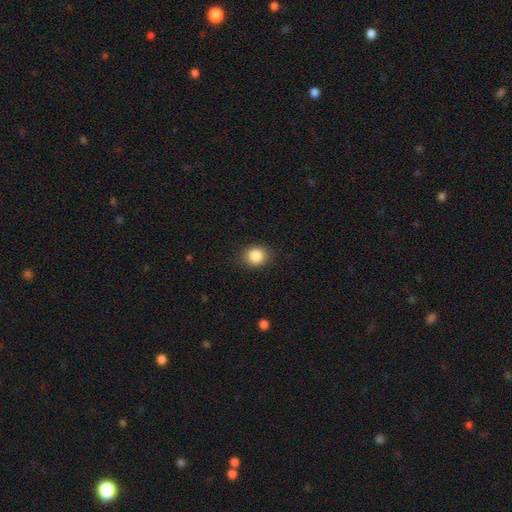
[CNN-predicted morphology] This appears to be a smooth galaxy with no disk features (86%) that is round (73%). Merging: none (87%).